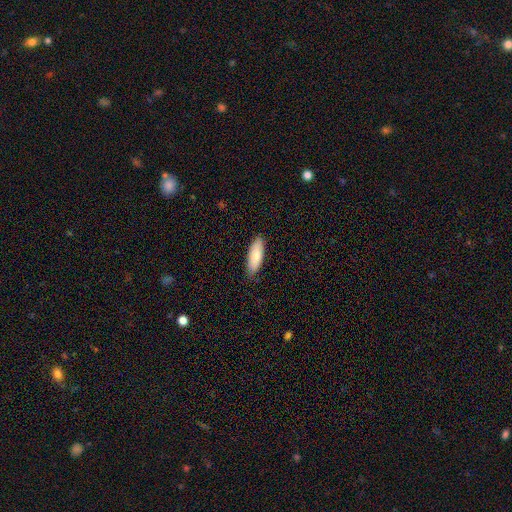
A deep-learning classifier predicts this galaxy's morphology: This appears to be a smooth galaxy with no disk features (82%) that is in between round and cigar-shaped (68%). Merging: none (84%).